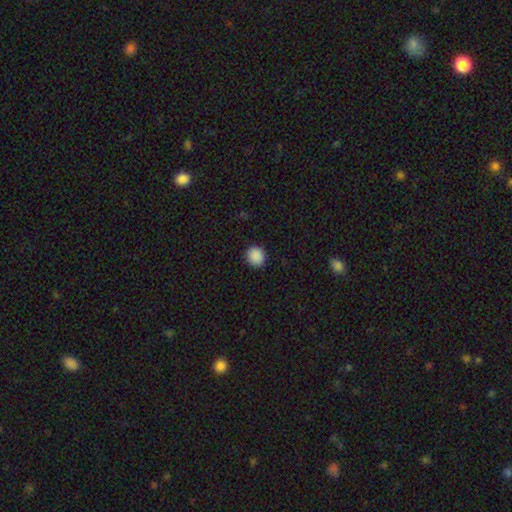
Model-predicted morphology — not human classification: Q: Smooth or featured?
A: smooth (89%); runner-up: star or artifact (9%)
Q: How rounded?
A: round (89%); runner-up: in between (10%)
Q: Merging?
A: none (91%); runner-up: minor disturbance (6%)